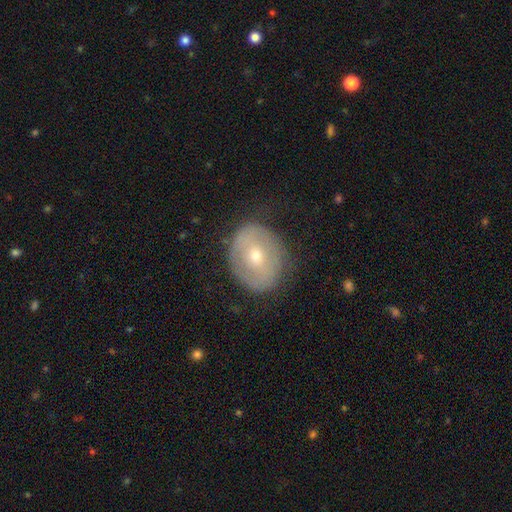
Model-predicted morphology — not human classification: Smooth or featured?
  - featured or disk: 51% *
  - smooth: 41%
  - star or artifact: 8%
Edge-on disk?
  - no: 94% *
  - yes: 6%
Merging?
  - none: 76% *
  - minor disturbance: 16%
  - major disturbance: 7%
  - merger: 1%